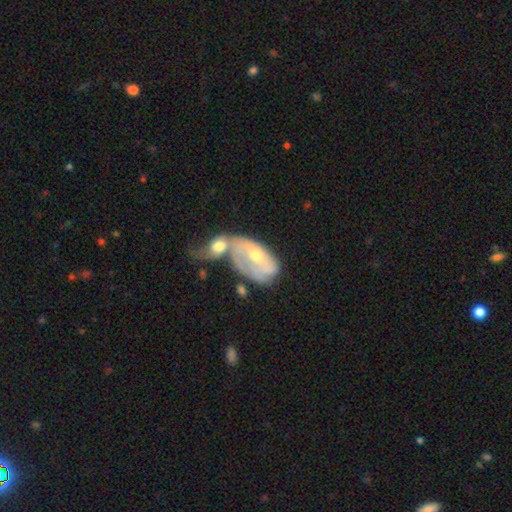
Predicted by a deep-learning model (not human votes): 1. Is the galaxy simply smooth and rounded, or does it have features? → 62% featured or disk, 32% smooth, 6% star or artifact.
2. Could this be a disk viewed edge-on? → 93% no, 7% yes.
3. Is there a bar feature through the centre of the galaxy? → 72% no, 22% weak, 6% strong.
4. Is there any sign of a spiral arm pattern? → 54% yes, 46% no.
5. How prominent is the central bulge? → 59% moderate, 35% small, 3% large, 2% none, 1% dominant.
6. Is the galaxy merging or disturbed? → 63% merger, 14% major disturbance, 13% none, 11% minor disturbance.